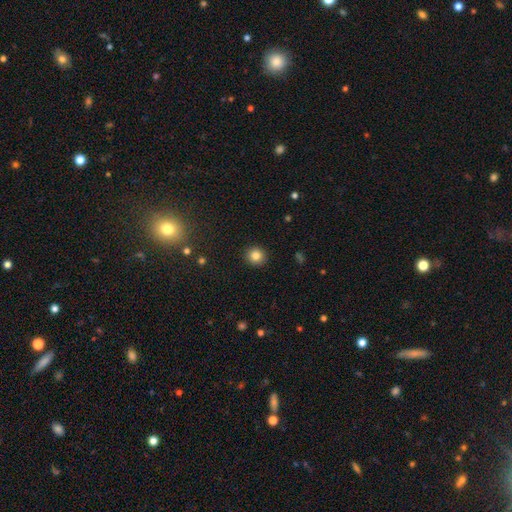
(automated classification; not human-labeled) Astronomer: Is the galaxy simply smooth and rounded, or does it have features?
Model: smooth — 83%.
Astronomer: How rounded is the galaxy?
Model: round — 91%.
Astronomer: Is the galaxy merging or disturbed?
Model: none — 92%.